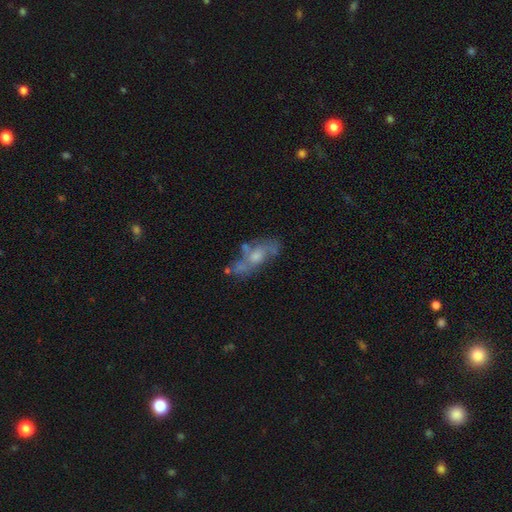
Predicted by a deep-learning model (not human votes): The model was most divided on "smooth or featured": featured or disk: 61%, smooth: 29%, star or artifact: 10%. More confident: edge-on disk — no (82%); merging — none (54%).